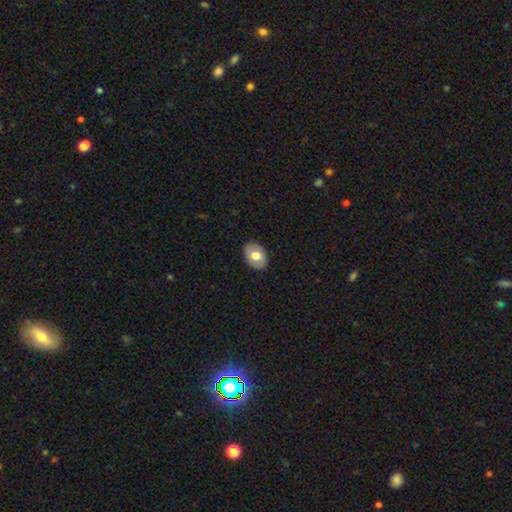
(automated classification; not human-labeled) Overall: smooth (69%). How rounded: in between (81%). Merging: none (88%).